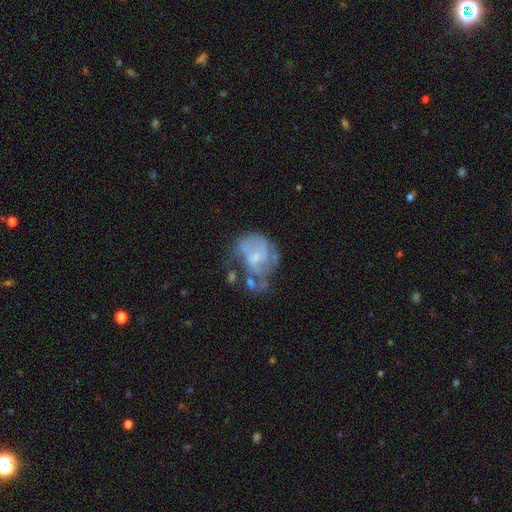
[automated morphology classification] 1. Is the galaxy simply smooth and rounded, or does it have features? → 63% featured or disk, 28% smooth, 9% star or artifact.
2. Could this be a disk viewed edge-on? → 98% no, 2% yes.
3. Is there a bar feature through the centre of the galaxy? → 66% no, 29% weak, 5% strong.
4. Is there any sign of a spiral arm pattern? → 53% no, 47% yes.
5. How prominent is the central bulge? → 52% small, 31% moderate, 14% none, 2% large, 1% dominant.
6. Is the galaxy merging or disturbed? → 34% major disturbance, 28% none, 23% minor disturbance, 15% merger.